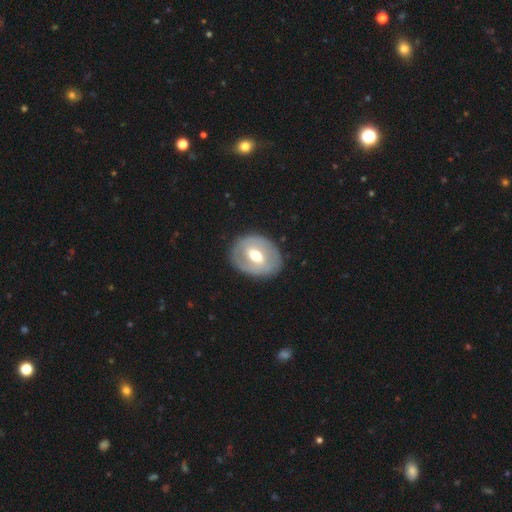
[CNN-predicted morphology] Smooth or featured?
  - featured or disk: 57% *
  - smooth: 37%
  - star or artifact: 6%
Edge-on disk?
  - no: 93% *
  - yes: 7%
Bar?
  - weak: 45% *
  - no: 30%
  - strong: 25%
Spiral arms?
  - no: 67% *
  - yes: 33%
Bulge size?
  - moderate: 73% *
  - small: 14%
  - large: 11%
  - dominant: 1%
  - none: 1%
Merging?
  - none: 82% *
  - minor disturbance: 12%
  - major disturbance: 4%
  - merger: 1%